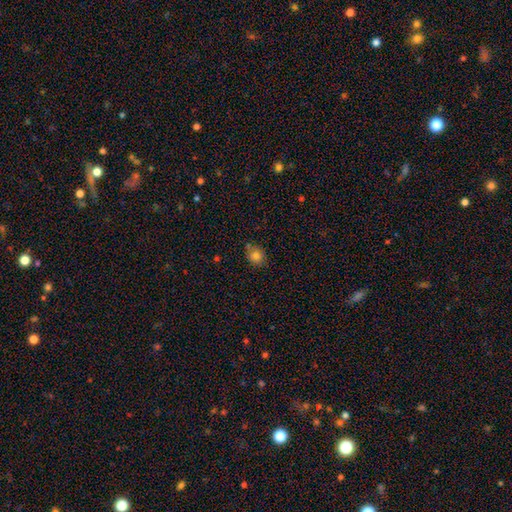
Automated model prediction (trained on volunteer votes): The model was most divided on "how rounded": round: 73%, in between: 26%, cigar-shaped: 1%. More confident: smooth or featured — smooth (81%); merging — none (69%).